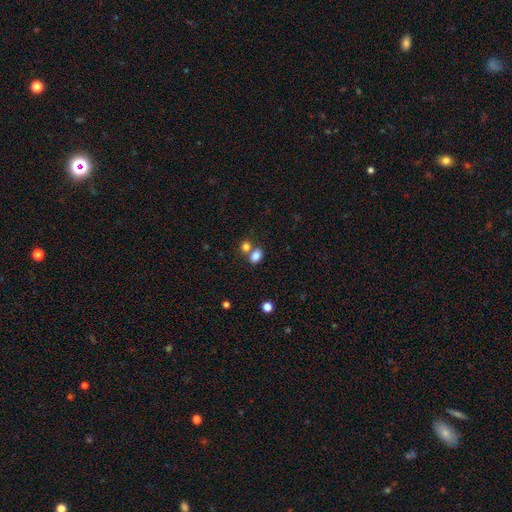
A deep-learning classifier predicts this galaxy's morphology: Overall: smooth (82%). How rounded: in between (70%). Merging: none (51%; merger 35%).